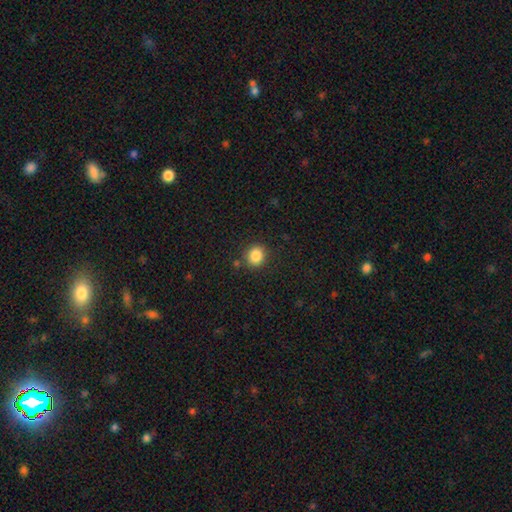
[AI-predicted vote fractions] Q: Smooth or featured?
A: smooth (85%); runner-up: star or artifact (10%)
Q: How rounded?
A: round (80%); runner-up: in between (20%)
Q: Merging?
A: none (86%); runner-up: minor disturbance (9%)